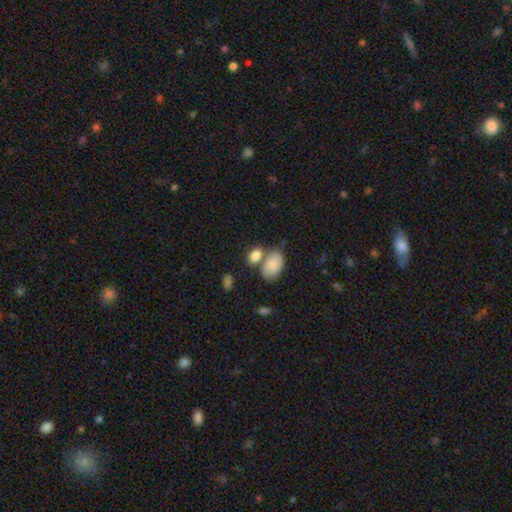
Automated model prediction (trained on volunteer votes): A smooth galaxy with no disk features (82%) that is in between round and cigar-shaped (79%).

Vote fractions:
- Smooth or featured? smooth: 82% / featured or disk: 10% / star or artifact: 8%
- How rounded? in between: 79% / round: 20% / cigar-shaped: 2%
- Merging? none: 48% / merger: 34% / minor disturbance: 13% / major disturbance: 5%